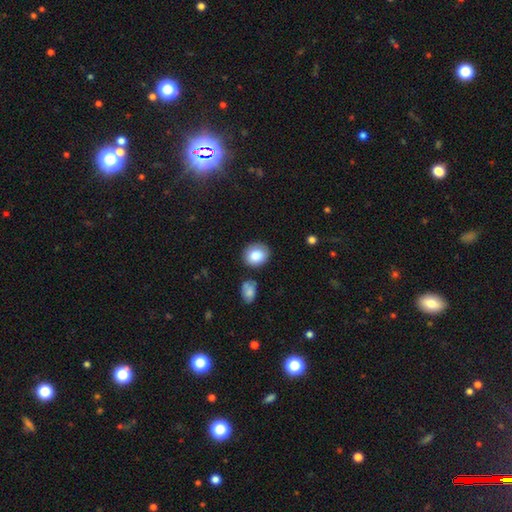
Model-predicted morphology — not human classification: smooth_or_featured: smooth (p=0.85) [alt: featured or disk p=0.08]
how_rounded: round (p=0.60) [alt: in between p=0.39]
merging: none (p=0.78) [alt: minor disturbance p=0.14]